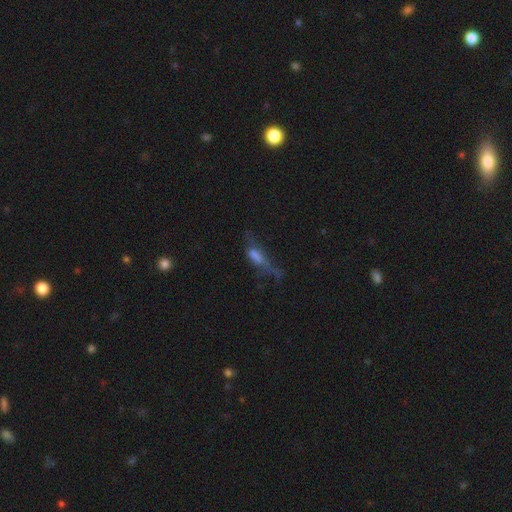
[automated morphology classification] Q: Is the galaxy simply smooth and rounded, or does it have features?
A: smooth — 43%.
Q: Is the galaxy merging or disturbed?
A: major disturbance — 42%.